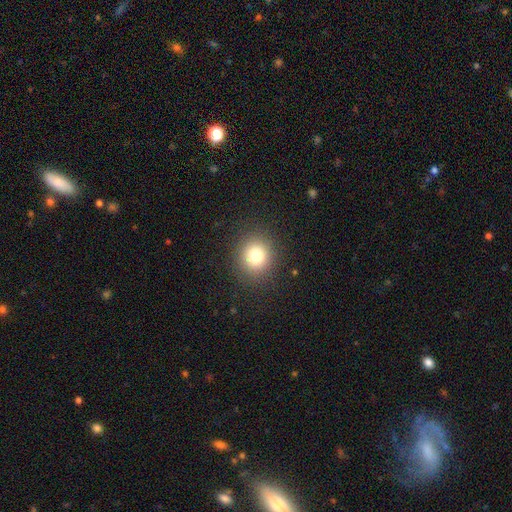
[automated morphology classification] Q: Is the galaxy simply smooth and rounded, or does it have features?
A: smooth — 80%.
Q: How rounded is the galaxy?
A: round — 85%.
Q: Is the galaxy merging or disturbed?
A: none — 88%.